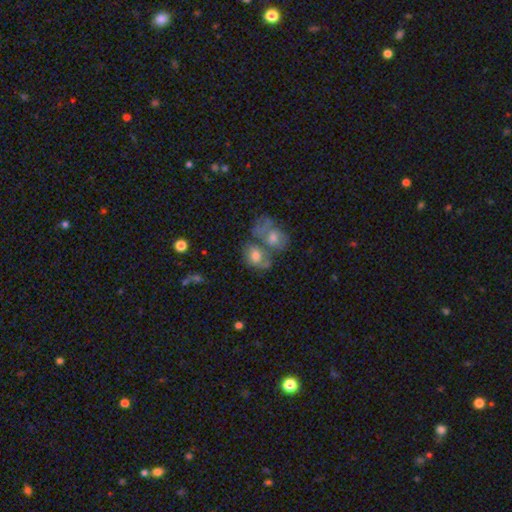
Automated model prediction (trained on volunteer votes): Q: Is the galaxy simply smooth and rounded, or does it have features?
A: smooth — 61%.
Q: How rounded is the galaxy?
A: in between — 64%.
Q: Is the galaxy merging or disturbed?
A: merger — 53%.